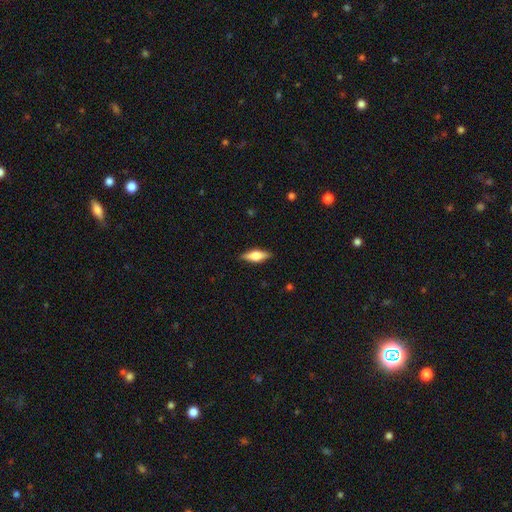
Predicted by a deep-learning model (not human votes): smooth 52%, featured or disk 42%, star or artifact 6%. Down the decision tree: how rounded — in between (58%); merging — none (87%).